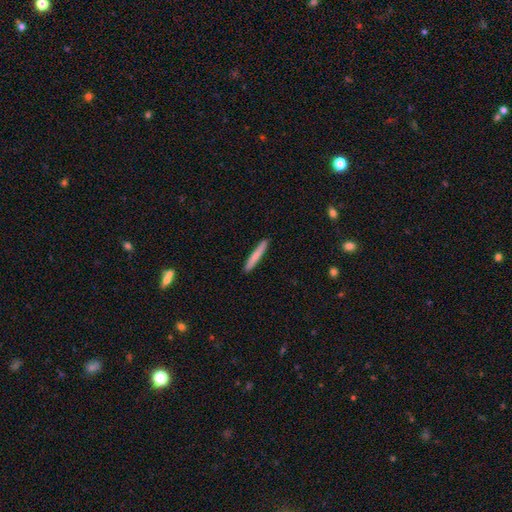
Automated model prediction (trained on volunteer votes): smooth-or-featured: smooth: 76% | featured or disk: 18% | star or artifact: 5%
  how-rounded: cigar-shaped: 96% | in between: 3% | round: 1%
  merging: none: 92% | minor disturbance: 6% | major disturbance: 1% | merger: 1%